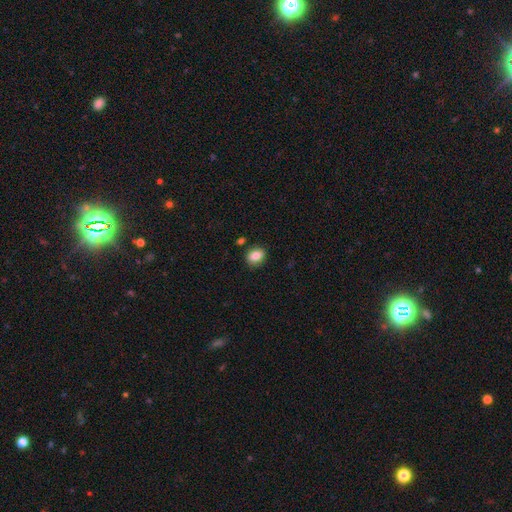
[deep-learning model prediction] Q: Smooth or featured?
A: smooth (84%); runner-up: star or artifact (9%)
Q: How rounded?
A: in between (51%); runner-up: round (48%)
Q: Merging?
A: none (86%); runner-up: minor disturbance (9%)